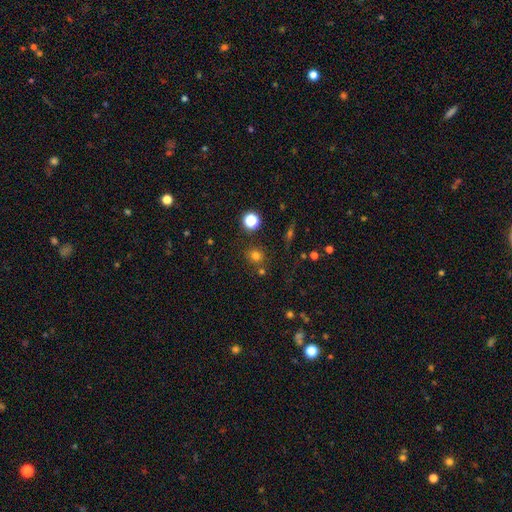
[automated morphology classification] A smooth galaxy with no disk features (72%) that is round (89%). Merging: none (79%).